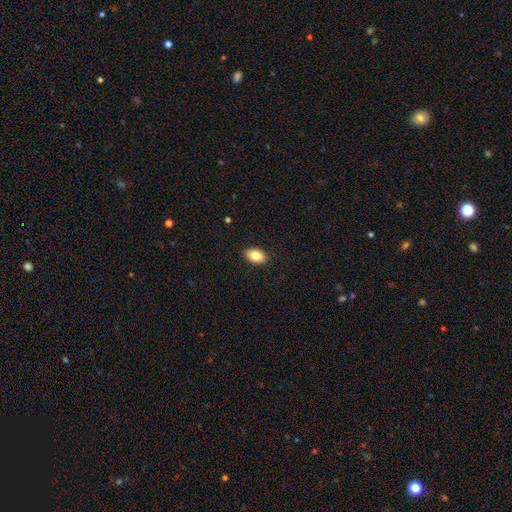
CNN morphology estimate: Overall: smooth (84%). How rounded: in between (90%). Merging: none (90%).